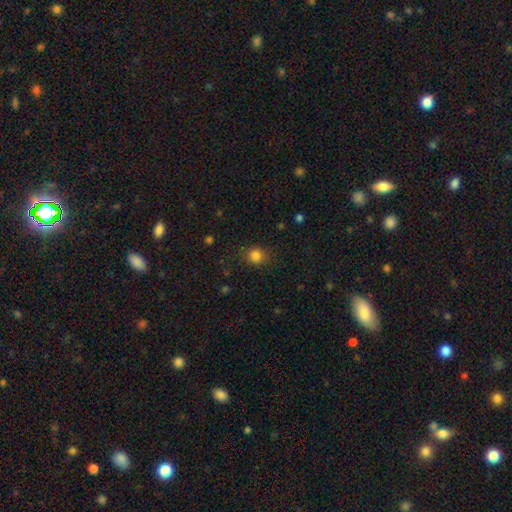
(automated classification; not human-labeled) Morphology: type=smooth (83%); roundness=round (76%); merging=none (81%).